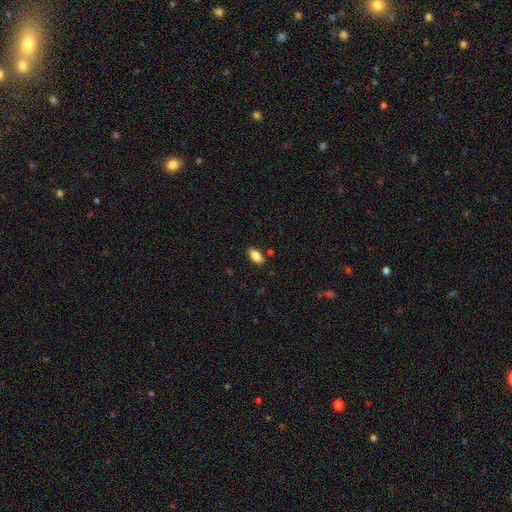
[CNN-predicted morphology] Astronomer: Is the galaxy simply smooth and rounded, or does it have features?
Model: smooth — 85%.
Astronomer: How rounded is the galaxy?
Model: in between — 91%.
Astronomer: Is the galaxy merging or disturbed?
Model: none — 86%.